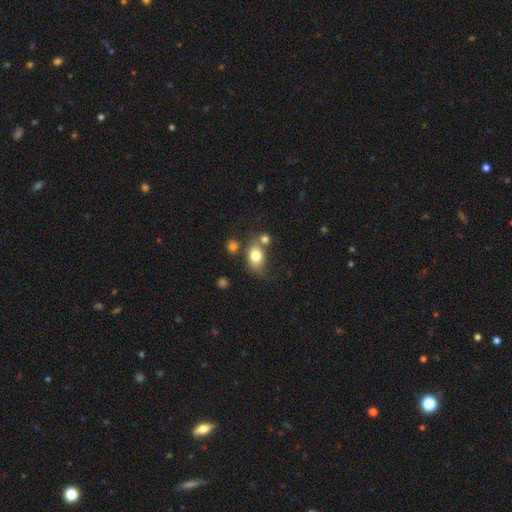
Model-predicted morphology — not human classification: A smooth galaxy with no disk features (78%) that is in between round and cigar-shaped (74%).

Vote fractions:
- Smooth or featured? smooth: 78% / featured or disk: 12% / star or artifact: 9%
- How rounded? in between: 74% / round: 24% / cigar-shaped: 2%
- Merging? none: 53% / merger: 22% / minor disturbance: 18% / major disturbance: 7%